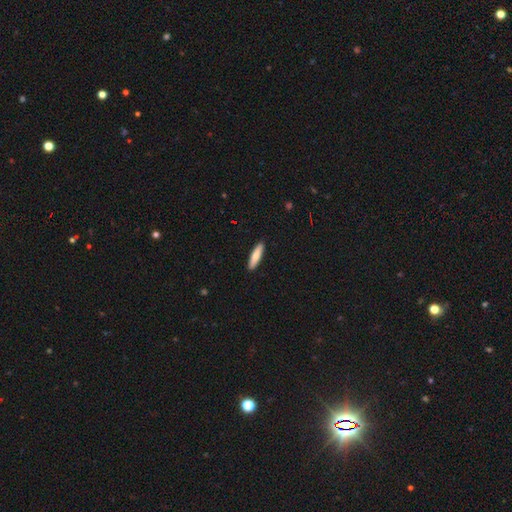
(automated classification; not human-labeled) Morphology: type=smooth (79%); roundness=cigar-shaped (78%); merging=none (91%).